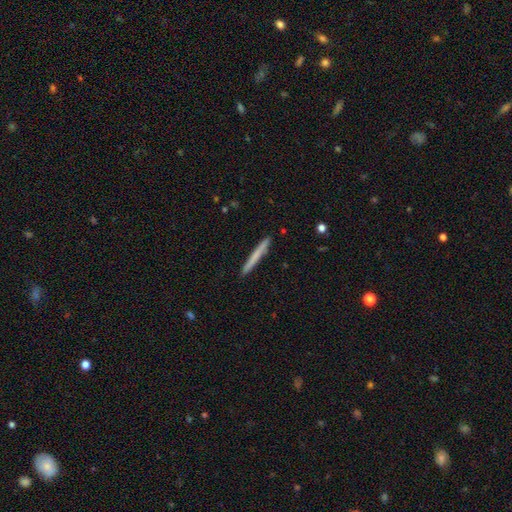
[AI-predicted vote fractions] Overall: smooth (66%; featured or disk 29%). How rounded: cigar-shaped (97%). Merging: none (92%).